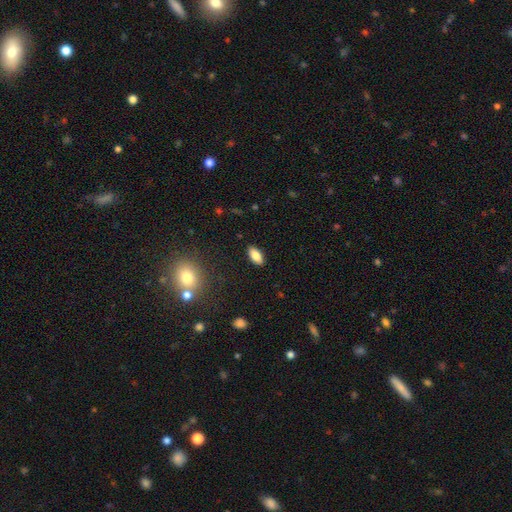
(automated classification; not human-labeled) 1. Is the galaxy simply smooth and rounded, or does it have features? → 81% smooth, 10% featured or disk, 8% star or artifact.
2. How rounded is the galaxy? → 89% in between, 8% cigar-shaped, 3% round.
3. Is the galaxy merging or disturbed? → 89% none, 8% minor disturbance, 2% major disturbance, 1% merger.